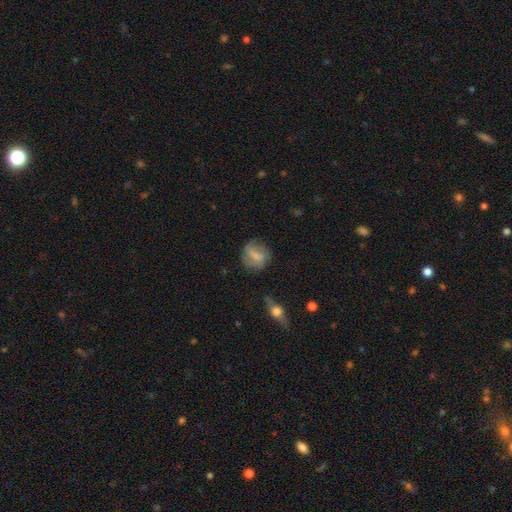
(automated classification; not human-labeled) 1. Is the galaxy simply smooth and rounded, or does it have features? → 51% smooth, 40% featured or disk, 9% star or artifact.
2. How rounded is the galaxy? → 68% round, 29% in between, 3% cigar-shaped.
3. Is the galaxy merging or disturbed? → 62% none, 23% minor disturbance, 12% major disturbance, 3% merger.